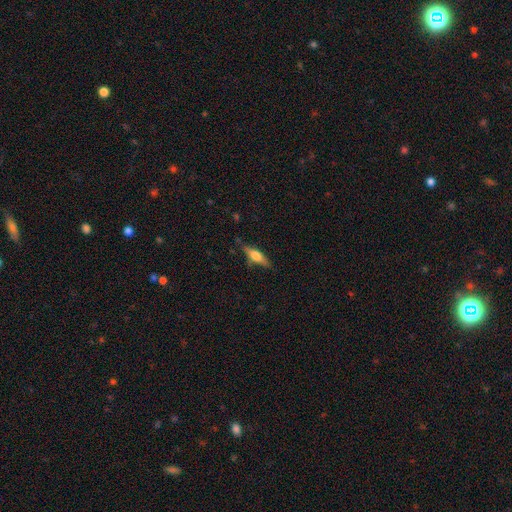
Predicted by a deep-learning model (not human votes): A featured or disk galaxy (54%) viewed edge-on (94%) with a rounded central bulge (87%).

Vote fractions:
- Smooth or featured? featured or disk: 54% / smooth: 39% / star or artifact: 7%
- Edge-on disk? yes: 94% / no: 6%
- Edge-on bulge? rounded: 87% / boxy: 10% / none: 3%
- Merging? none: 76% / minor disturbance: 17% / major disturbance: 4% / merger: 2%